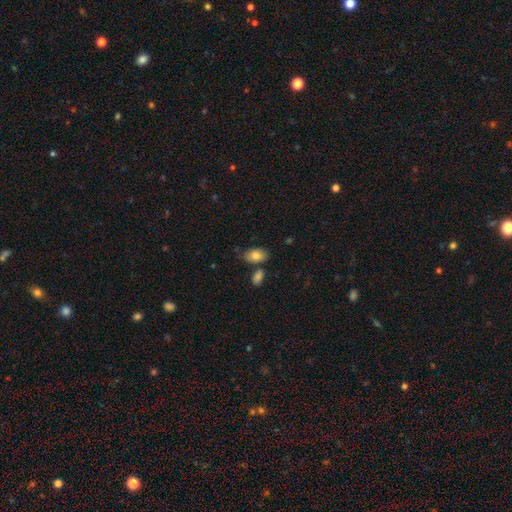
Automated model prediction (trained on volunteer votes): smooth 82%, featured or disk 11%, star or artifact 7%. Down the decision tree: how rounded — in between (92%); merging — none (69%).